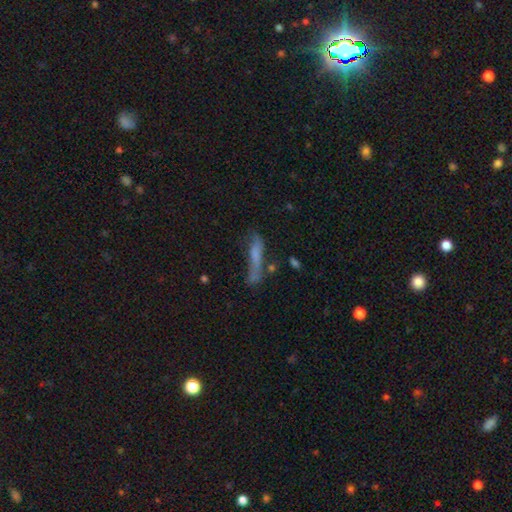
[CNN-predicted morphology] The model was most divided on "merging": none: 45%, minor disturbance: 24%, major disturbance: 17%, merger: 14%. More confident: how rounded — cigar-shaped (84%); smooth or featured — smooth (55%).